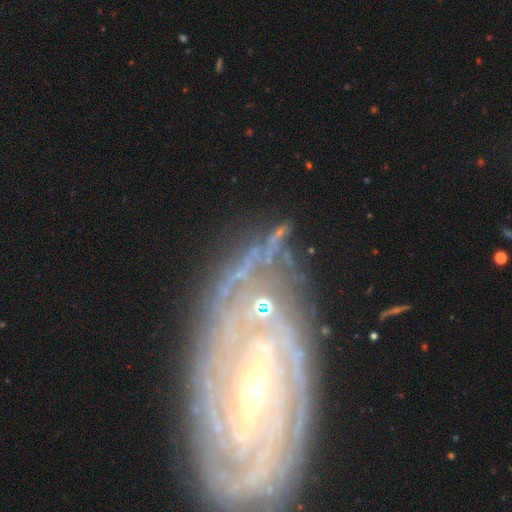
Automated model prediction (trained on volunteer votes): featured or disk 82%, star or artifact 10%, smooth 8%. Down the decision tree: edge-on disk — no (92%); bar — no (46%); spiral arms — yes (91%); spiral arm count — can't tell (40%); spiral winding — tight (72%); bulge size — small (78%); merging — none (72%).